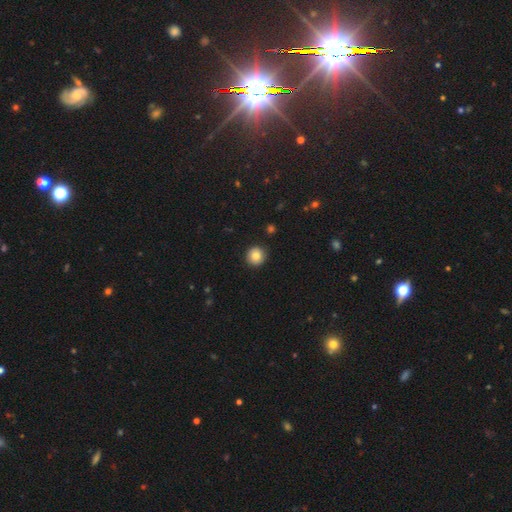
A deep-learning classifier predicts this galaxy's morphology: Smooth or featured? smooth (84%)
How rounded? round (93%)
Merging? none (91%)